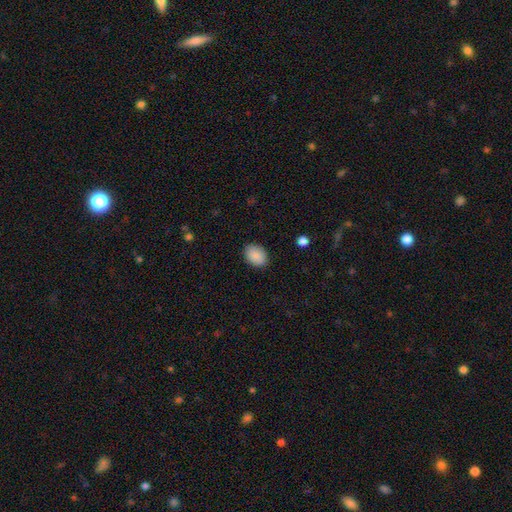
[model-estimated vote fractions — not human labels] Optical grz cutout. It shows a smooth galaxy with no disk features (89%) that is in between round and cigar-shaped (75%). Merging: none (87%).